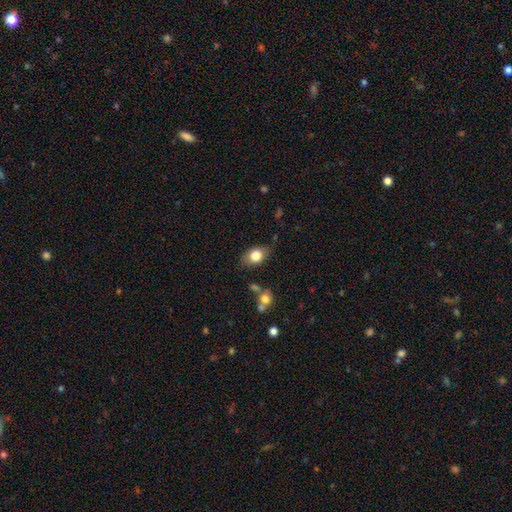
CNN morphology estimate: This is likely a smooth galaxy (78%). How rounded: likely in between (79%). Merging: likely none (75%).